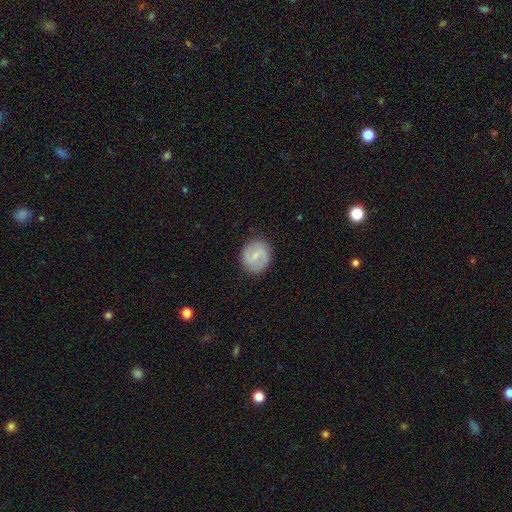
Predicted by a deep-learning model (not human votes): A featured or disk galaxy (58%) with a weak bar (59%), spiral arms (86%) and a small central bulge (61%). Merging: none (86%).